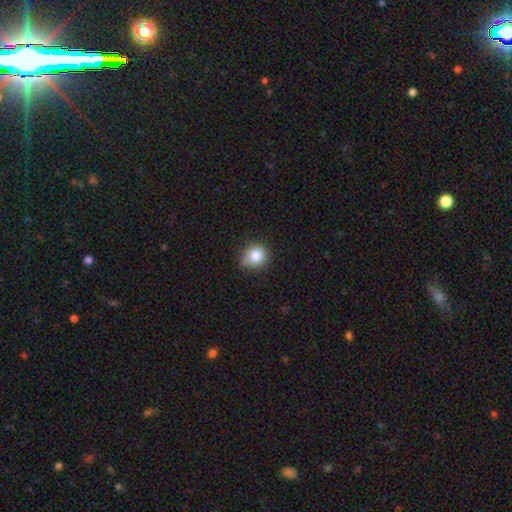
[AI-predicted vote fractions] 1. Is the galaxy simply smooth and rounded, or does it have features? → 80% smooth, 11% star or artifact, 8% featured or disk.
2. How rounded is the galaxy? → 86% round, 13% in between, 1% cigar-shaped.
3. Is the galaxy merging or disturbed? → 76% none, 19% minor disturbance, 3% major disturbance, 2% merger.